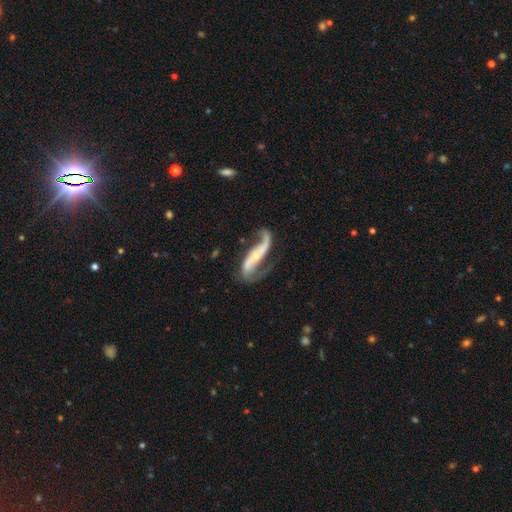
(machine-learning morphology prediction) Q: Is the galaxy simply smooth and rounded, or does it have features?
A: featured or disk — 86%.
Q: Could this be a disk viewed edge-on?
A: no — 89%.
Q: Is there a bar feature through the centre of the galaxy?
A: strong — 44%.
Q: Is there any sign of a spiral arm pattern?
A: yes — 94%.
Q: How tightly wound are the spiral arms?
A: loose — 68%.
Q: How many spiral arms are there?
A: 2 — 85%.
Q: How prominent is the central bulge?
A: small — 66%.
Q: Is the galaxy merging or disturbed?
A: none — 56%.